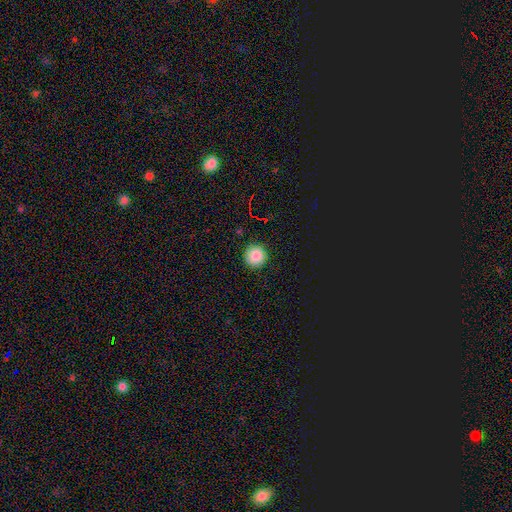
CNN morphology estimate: Smooth or featured: smooth — 85% (star or artifact — 11%)
How rounded: round — 96% (in between — 3%)
Merging: none — 91% (minor disturbance — 6%)